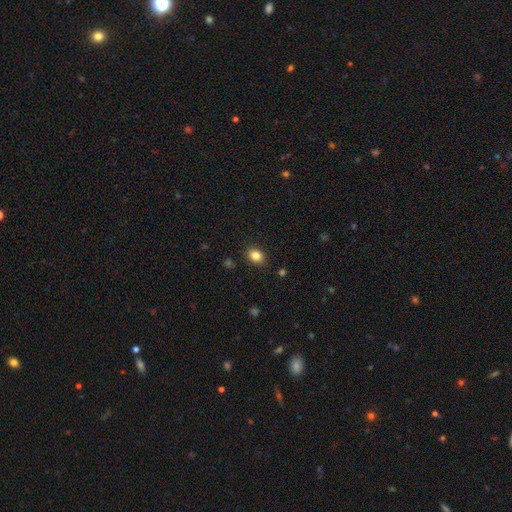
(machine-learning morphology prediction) This is clearly a smooth galaxy (84%). How rounded: possibly in between (58%). Merging: clearly none (87%).